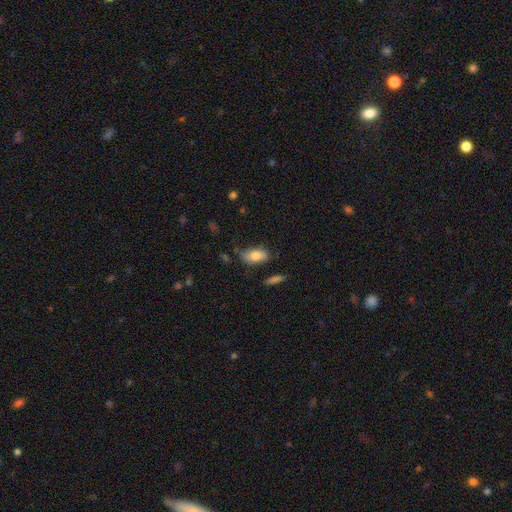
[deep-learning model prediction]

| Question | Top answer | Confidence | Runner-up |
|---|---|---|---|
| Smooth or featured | smooth | 79% | featured or disk (14%) |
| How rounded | in between | 91% | cigar-shaped (5%) |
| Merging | none | 76% | minor disturbance (17%) |